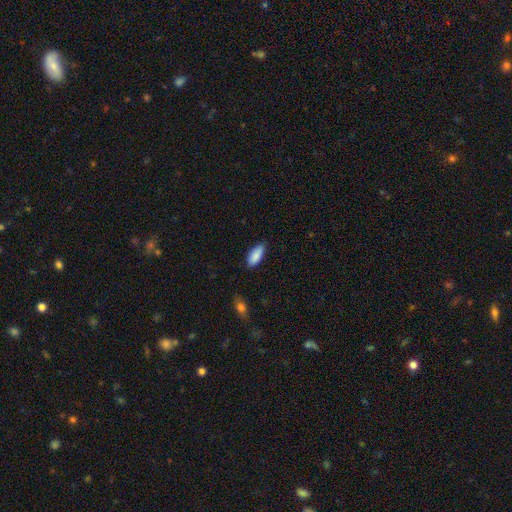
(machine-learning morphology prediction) Q: Smooth or featured?
A: smooth (88%); runner-up: star or artifact (6%)
Q: How rounded?
A: in between (81%); runner-up: cigar-shaped (17%)
Q: Merging?
A: none (81%); runner-up: minor disturbance (16%)